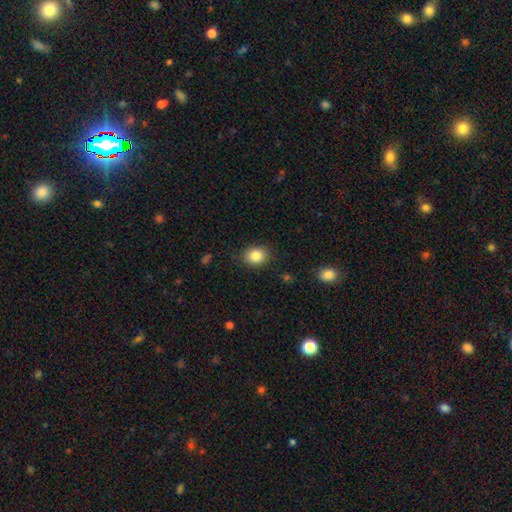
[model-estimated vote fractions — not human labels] Morphology: type=smooth (85%); roundness=round (53%); merging=none (86%).